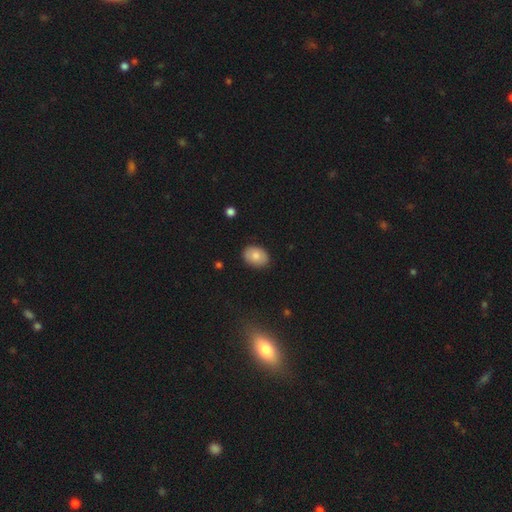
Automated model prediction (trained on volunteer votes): smooth-or-featured: smooth: 80% | featured or disk: 13% | star or artifact: 7%
  how-rounded: in between: 77% | round: 22% | cigar-shaped: 1%
  merging: none: 87% | minor disturbance: 10% | major disturbance: 2% | merger: 1%